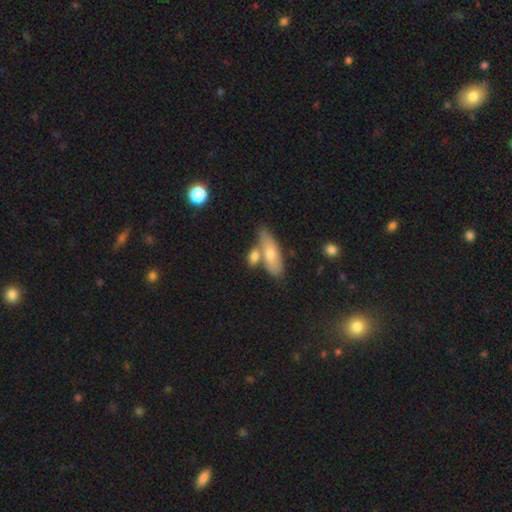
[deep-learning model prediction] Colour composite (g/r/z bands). It shows a smooth galaxy with no disk features (61%) that is in between round and cigar-shaped (57%). Merging: none (55%).